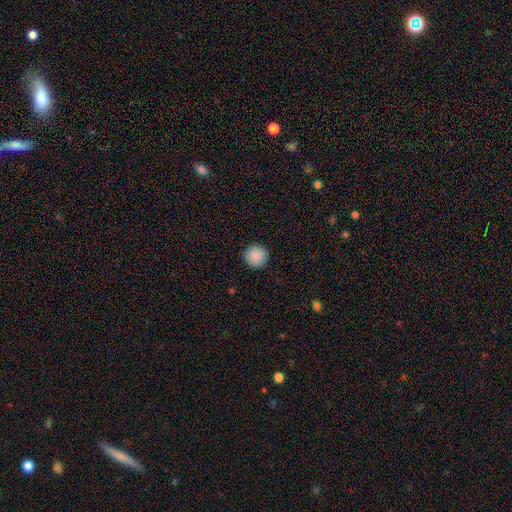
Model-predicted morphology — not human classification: Smooth or featured?
  - smooth: 90% *
  - star or artifact: 8%
  - featured or disk: 3%
How rounded?
  - round: 96% *
  - in between: 3%
  - cigar-shaped: 1%
Merging?
  - none: 93% *
  - minor disturbance: 5%
  - major disturbance: 2%
  - merger: 1%